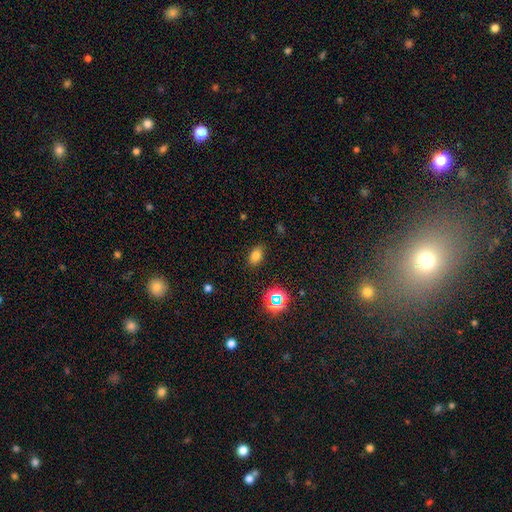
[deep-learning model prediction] A smooth galaxy with no disk features (75%) that is in between round and cigar-shaped (84%).

Vote fractions:
- Smooth or featured? smooth: 75% / star or artifact: 17% / featured or disk: 8%
- How rounded? in between: 84% / round: 14% / cigar-shaped: 2%
- Merging? none: 85% / minor disturbance: 10% / major disturbance: 3% / merger: 1%